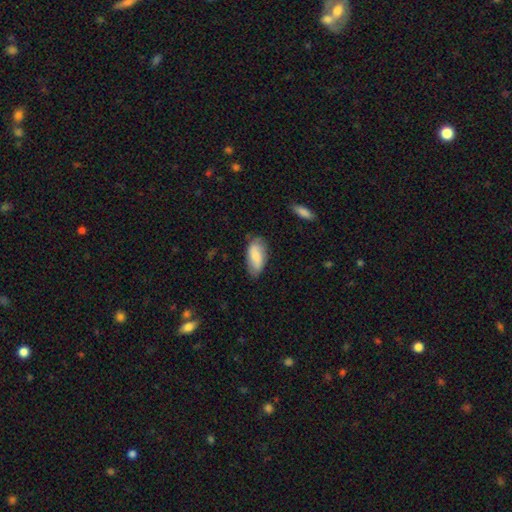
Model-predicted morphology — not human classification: Smooth or featured? Predicted: smooth (p=0.76). How rounded? Predicted: in between (p=0.90). Merging? Predicted: none (p=0.73).